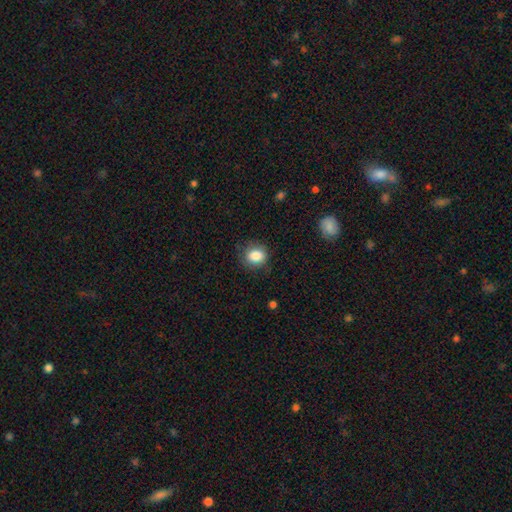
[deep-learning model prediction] This appears to be a smooth galaxy with no disk features (85%) that is round (66%). Merging: none (77%).